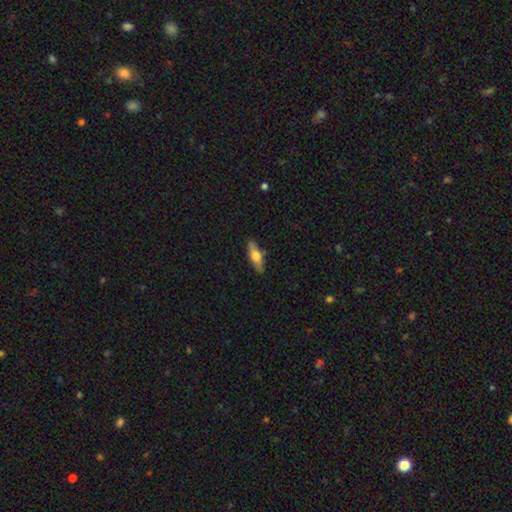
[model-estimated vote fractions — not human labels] Smooth or featured? Predicted: smooth (p=0.53). How rounded? Predicted: cigar-shaped (p=0.51). Merging? Predicted: none (p=0.86).